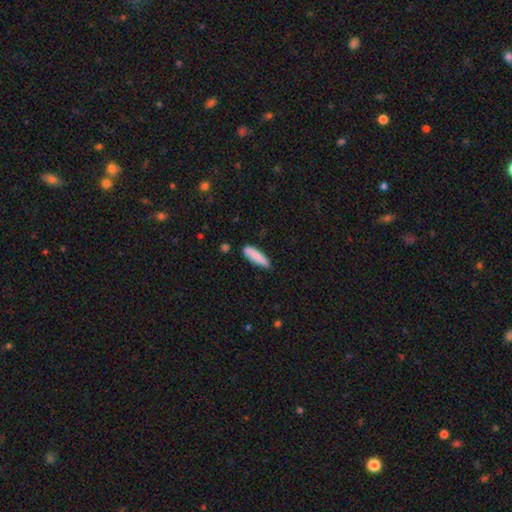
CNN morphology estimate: type=smooth (86%); roundness=cigar-shaped (68%); merging=none (77%).